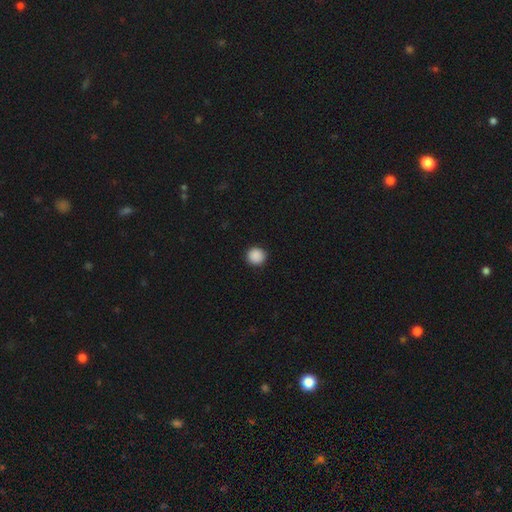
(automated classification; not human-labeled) A smooth galaxy with no disk features (89%) that is round (94%).

Vote fractions:
- Smooth or featured? smooth: 89% / star or artifact: 9% / featured or disk: 2%
- How rounded? round: 94% / in between: 5% / cigar-shaped: 1%
- Merging? none: 93% / minor disturbance: 5% / major disturbance: 2% / merger: 1%